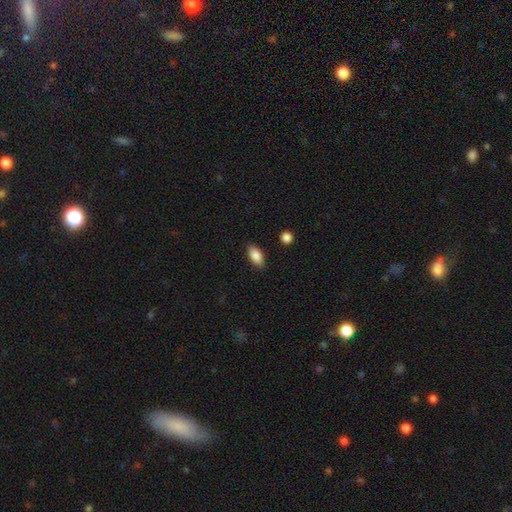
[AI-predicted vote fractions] A smooth galaxy with no disk features (85%) that is in between round and cigar-shaped (89%). Merging: none (86%).